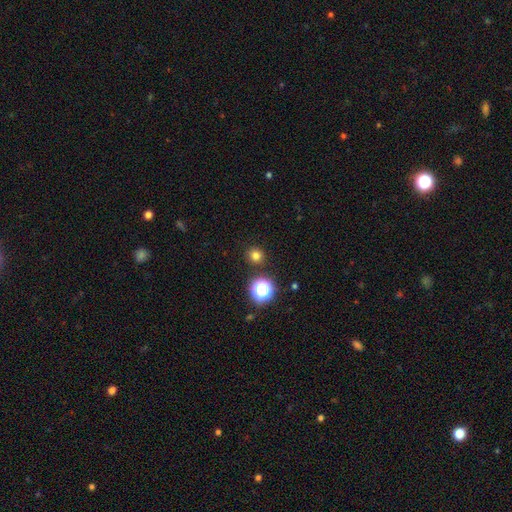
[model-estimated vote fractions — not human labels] This is likely a smooth galaxy (76%). How rounded: clearly round (93%). Merging: clearly none (90%).